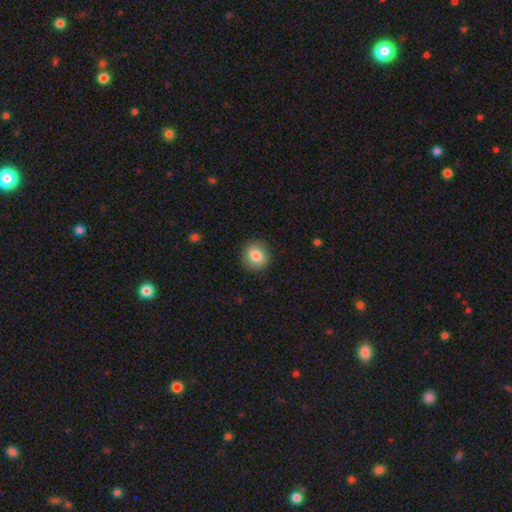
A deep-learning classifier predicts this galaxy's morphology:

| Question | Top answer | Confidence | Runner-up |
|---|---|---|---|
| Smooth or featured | smooth | 83% | star or artifact (8%) |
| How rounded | round | 85% | in between (14%) |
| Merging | none | 89% | minor disturbance (8%) |